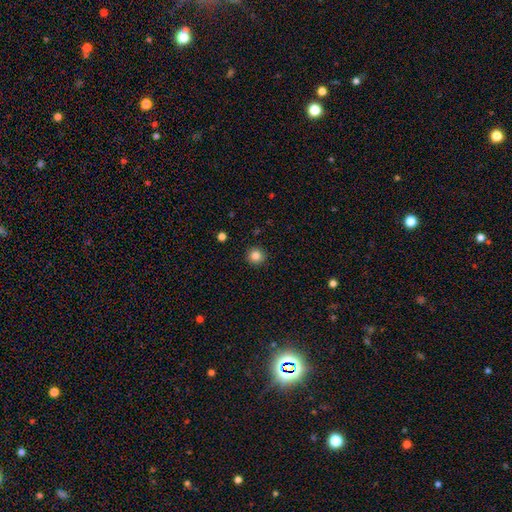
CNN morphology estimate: type=smooth (84%); roundness=round (95%); merging=none (92%).